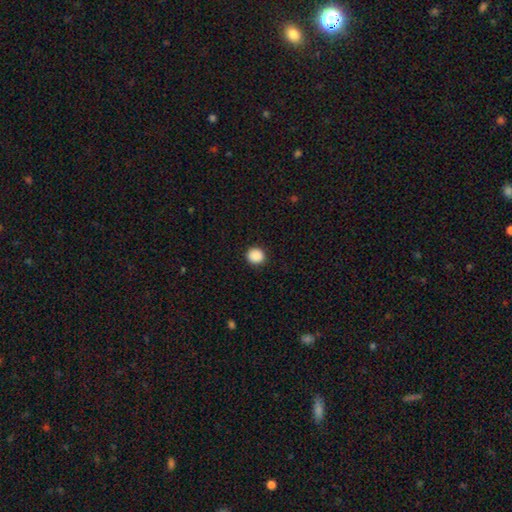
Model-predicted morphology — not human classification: Q: Smooth or featured?
A: smooth (89%); runner-up: star or artifact (9%)
Q: How rounded?
A: round (90%); runner-up: in between (9%)
Q: Merging?
A: none (92%); runner-up: minor disturbance (5%)